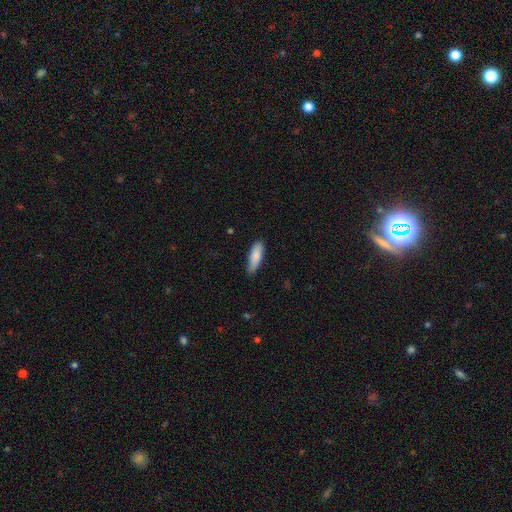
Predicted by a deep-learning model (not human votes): Smooth or featured?
  - smooth: 86% *
  - featured or disk: 8%
  - star or artifact: 6%
How rounded?
  - in between: 51% *
  - cigar-shaped: 47%
  - round: 2%
Merging?
  - none: 79% *
  - minor disturbance: 17%
  - major disturbance: 2%
  - merger: 1%